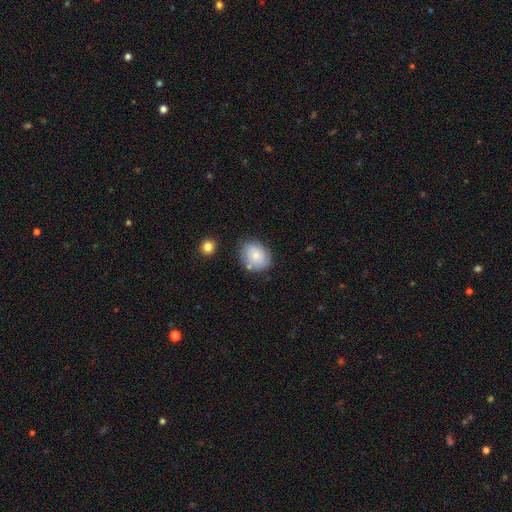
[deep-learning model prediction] This appears to be a smooth galaxy with no disk features (74%) that is in between round and cigar-shaped (51%). Merging: none (71%).